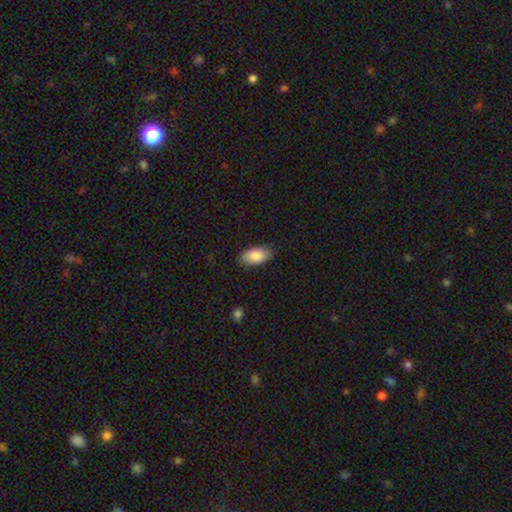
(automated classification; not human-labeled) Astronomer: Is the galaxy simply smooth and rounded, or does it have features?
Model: smooth — 86%.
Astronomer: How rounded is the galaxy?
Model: in between — 94%.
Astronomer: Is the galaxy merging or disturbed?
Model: none — 86%.